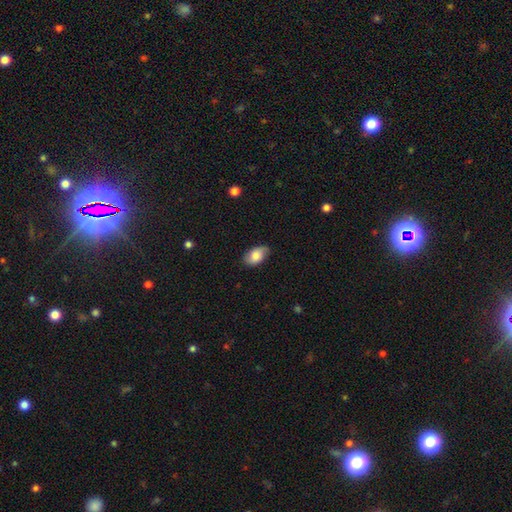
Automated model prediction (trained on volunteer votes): Smooth or featured: smooth — 77% (featured or disk — 16%)
How rounded: in between — 92% (round — 6%)
Merging: none — 78% (minor disturbance — 18%)